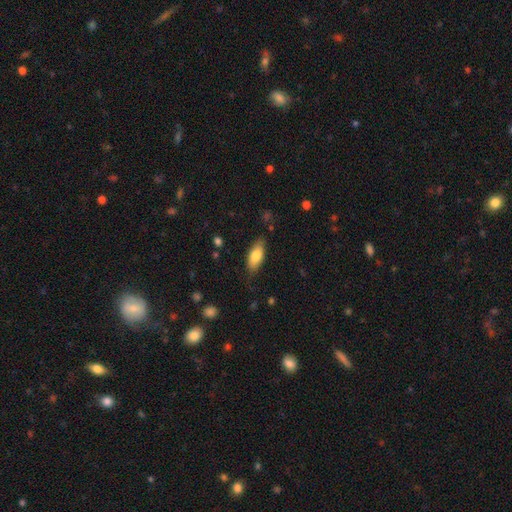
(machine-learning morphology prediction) smooth_or_featured: smooth (p=0.78) [alt: featured or disk p=0.15]
how_rounded: in between (p=0.80) [alt: cigar-shaped p=0.18]
merging: none (p=0.79) [alt: minor disturbance p=0.16]